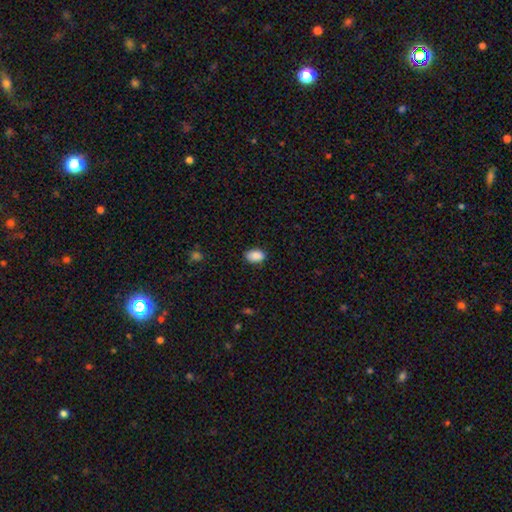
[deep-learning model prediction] A smooth galaxy with no disk features (89%) that is in between round and cigar-shaped (86%).

Vote fractions:
- Smooth or featured? smooth: 89% / star or artifact: 8% / featured or disk: 3%
- How rounded? in between: 86% / round: 12% / cigar-shaped: 1%
- Merging? none: 85% / minor disturbance: 12% / major disturbance: 2% / merger: 1%